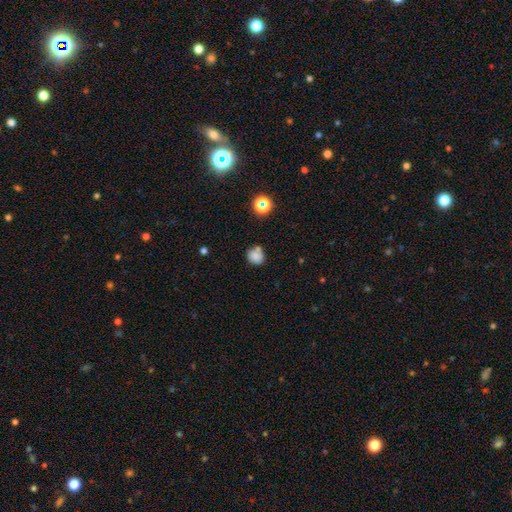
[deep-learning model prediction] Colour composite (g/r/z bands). It shows a smooth galaxy with no disk features (80%) that is round (79%). Merging: none (68%).